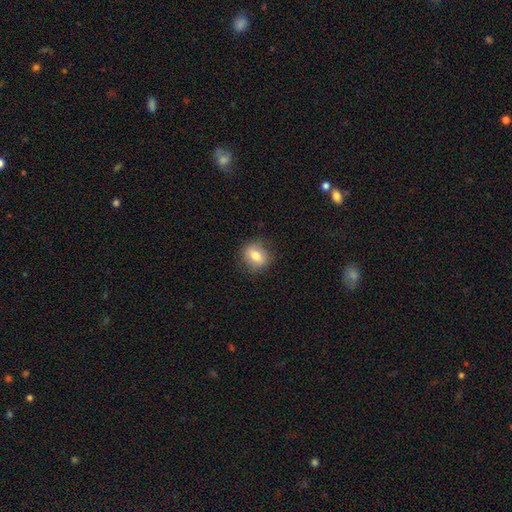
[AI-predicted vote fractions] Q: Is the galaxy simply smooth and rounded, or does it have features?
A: smooth — 73%.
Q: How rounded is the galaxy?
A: round — 66%.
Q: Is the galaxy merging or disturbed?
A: none — 85%.